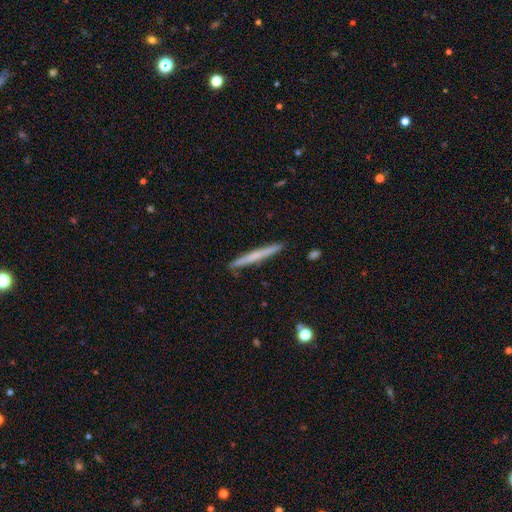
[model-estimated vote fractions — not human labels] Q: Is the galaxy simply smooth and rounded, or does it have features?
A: smooth — 51%.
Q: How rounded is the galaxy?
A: cigar-shaped — 97%.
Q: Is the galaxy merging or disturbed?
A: none — 91%.